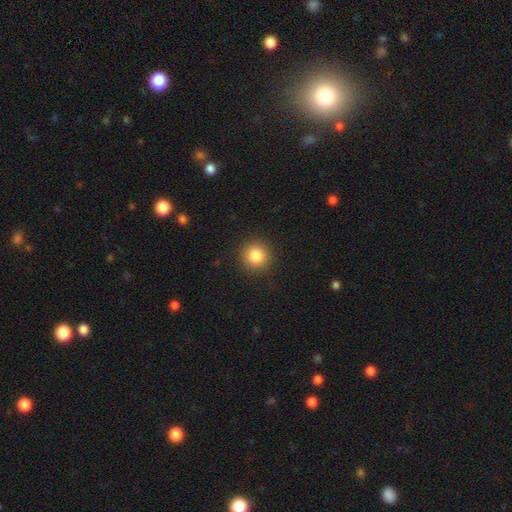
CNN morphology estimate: smooth_or_featured: smooth (p=0.84) [alt: star or artifact p=0.11]
how_rounded: round (p=0.94) [alt: in between p=0.05]
merging: none (p=0.91) [alt: minor disturbance p=0.05]